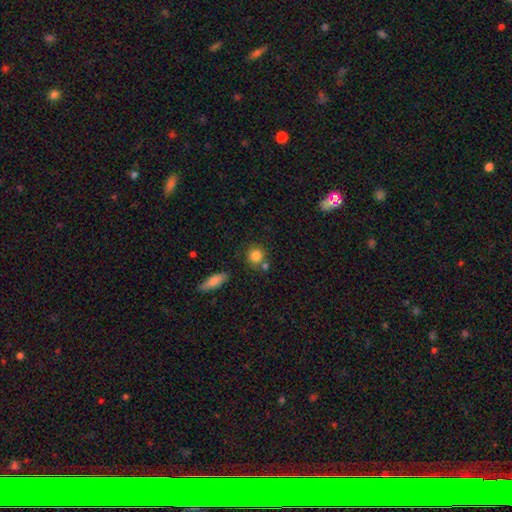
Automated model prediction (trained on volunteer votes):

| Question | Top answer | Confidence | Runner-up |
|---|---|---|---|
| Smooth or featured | smooth | 83% | star or artifact (10%) |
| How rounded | round | 87% | in between (12%) |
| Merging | none | 70% | merger (16%) |